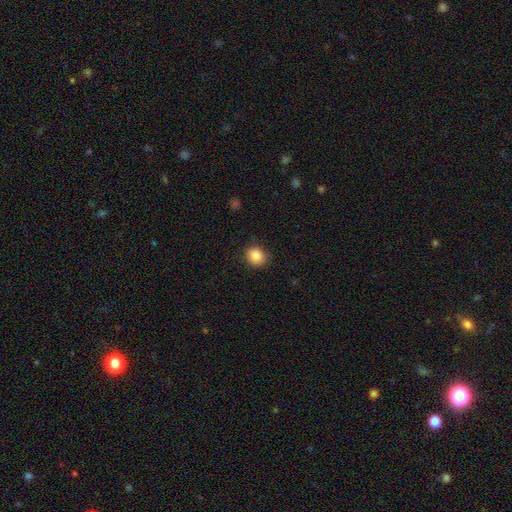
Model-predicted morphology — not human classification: This is clearly a smooth galaxy (86%). How rounded: likely round (75%). Merging: clearly none (86%).